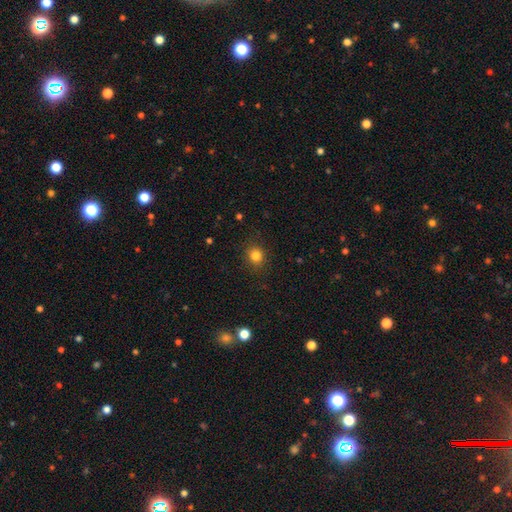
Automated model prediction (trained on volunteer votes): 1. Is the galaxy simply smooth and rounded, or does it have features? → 82% smooth, 12% star or artifact, 5% featured or disk.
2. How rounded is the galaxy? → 80% round, 19% in between, 1% cigar-shaped.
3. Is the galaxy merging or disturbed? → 89% none, 8% minor disturbance, 3% major disturbance, 1% merger.